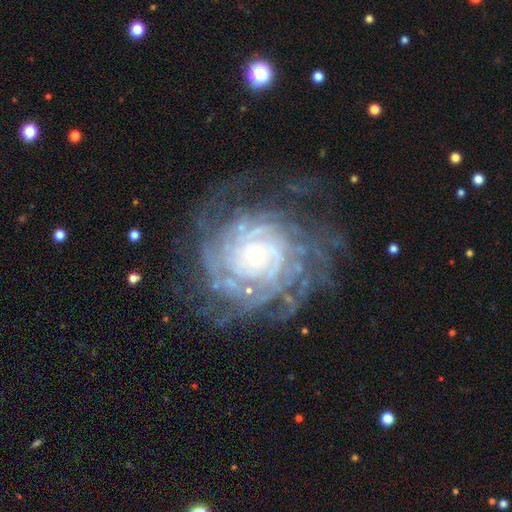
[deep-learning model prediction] This is clearly a featured or disk galaxy (89%). It is clearly not viewed edge-on (97%). Bar: likely no (78%). Spiral arm pattern: clearly yes (97%). Spiral arm count: marginally can't tell (28%). Spiral winding: likely tight (79%). Central bulge: likely small (76%). Merging: likely none (69%).